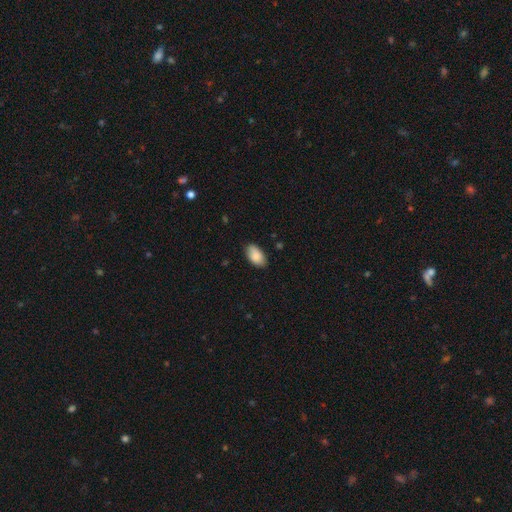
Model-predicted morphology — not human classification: Smooth or featured: smooth — 87% (star or artifact — 6%)
How rounded: in between — 94% (round — 4%)
Merging: none — 83% (minor disturbance — 13%)